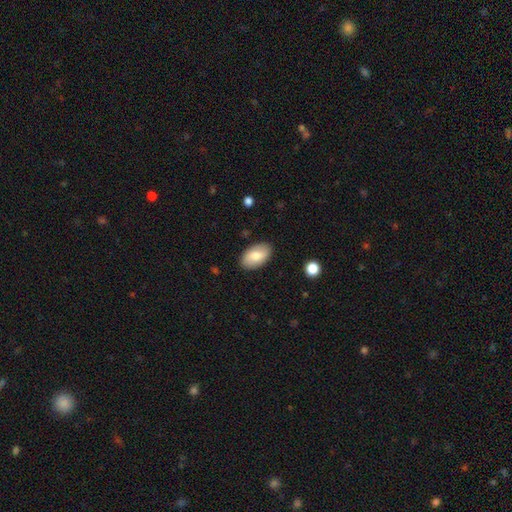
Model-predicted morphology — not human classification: Smooth or featured: smooth — 76% (featured or disk — 18%)
How rounded: in between — 94% (round — 4%)
Merging: none — 87% (minor disturbance — 9%)